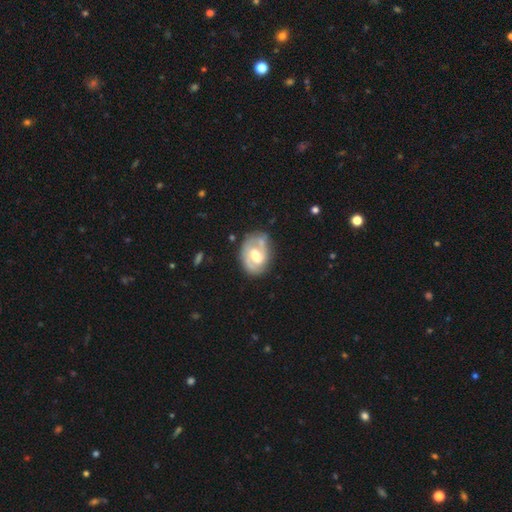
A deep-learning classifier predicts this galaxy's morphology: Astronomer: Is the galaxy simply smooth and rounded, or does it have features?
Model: featured or disk — 73%.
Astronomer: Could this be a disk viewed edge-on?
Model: no — 97%.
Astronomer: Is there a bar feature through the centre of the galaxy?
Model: weak — 52% (runner-up: no, 31%).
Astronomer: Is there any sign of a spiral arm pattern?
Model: yes — 84%.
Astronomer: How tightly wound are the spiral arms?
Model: tight — 47% (runner-up: medium, 38%).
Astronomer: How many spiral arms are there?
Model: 2 — 60%.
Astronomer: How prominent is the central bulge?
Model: moderate — 58%.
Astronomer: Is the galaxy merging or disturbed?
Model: none — 63%.